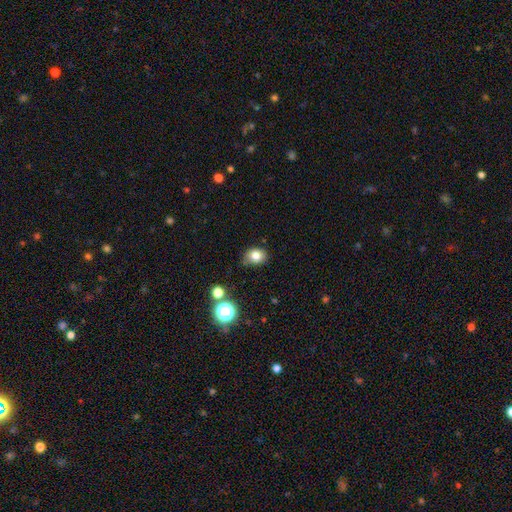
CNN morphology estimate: Q: Smooth or featured?
A: smooth (79%); runner-up: star or artifact (13%)
Q: How rounded?
A: round (54%); runner-up: in between (45%)
Q: Merging?
A: none (75%); runner-up: minor disturbance (18%)